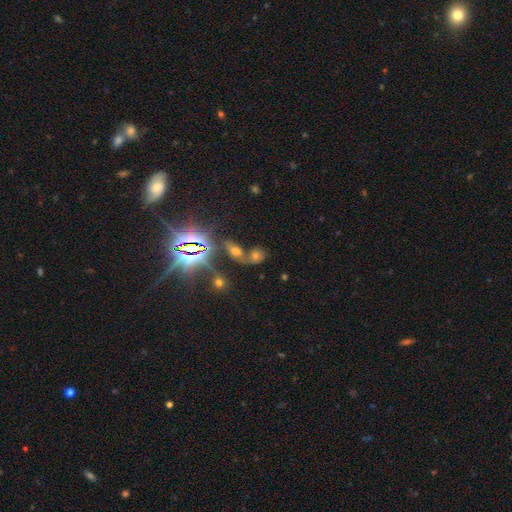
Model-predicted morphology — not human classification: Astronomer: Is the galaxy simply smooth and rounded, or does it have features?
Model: smooth — 39% (runner-up: star or artifact, 38%).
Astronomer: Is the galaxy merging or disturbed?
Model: merger — 59%.